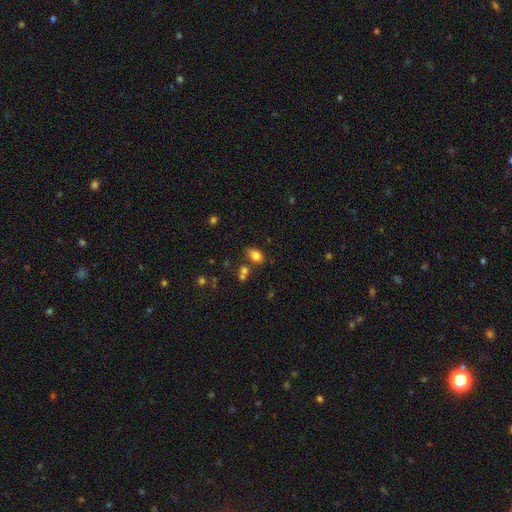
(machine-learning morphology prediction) A smooth galaxy with no disk features (80%) that is in between round and cigar-shaped (81%).

Vote fractions:
- Smooth or featured? smooth: 80% / star or artifact: 11% / featured or disk: 9%
- How rounded? in between: 81% / round: 17% / cigar-shaped: 2%
- Merging? none: 68% / minor disturbance: 16% / merger: 12% / major disturbance: 4%